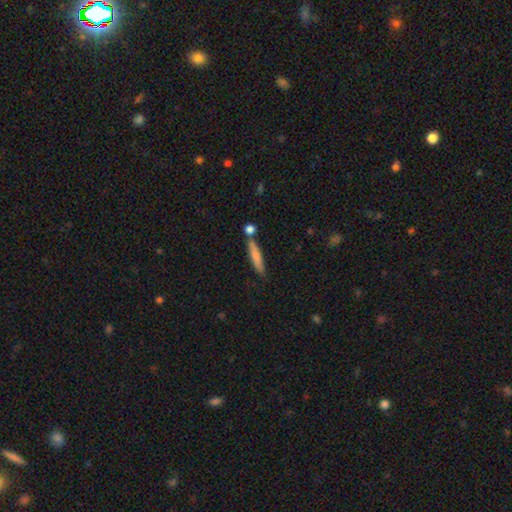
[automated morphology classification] Smooth or featured? Predicted: smooth (p=0.73). How rounded? Predicted: cigar-shaped (p=0.87). Merging? Predicted: none (p=0.69).